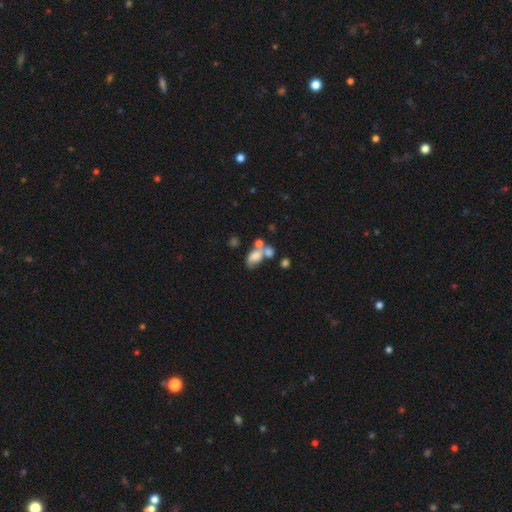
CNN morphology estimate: The model was most divided on "merging": merger: 50%, none: 24%, minor disturbance: 13%, major disturbance: 13%. More confident: how rounded — in between (81%); smooth or featured — smooth (62%).